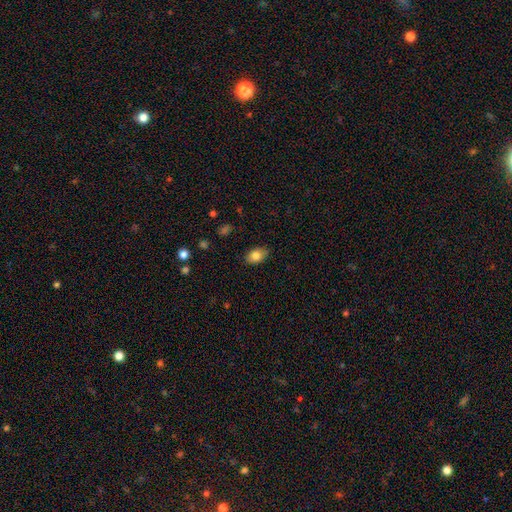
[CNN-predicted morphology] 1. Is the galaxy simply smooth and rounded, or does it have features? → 82% smooth, 10% featured or disk, 8% star or artifact.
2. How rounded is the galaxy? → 86% in between, 13% round, 1% cigar-shaped.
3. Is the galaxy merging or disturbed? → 85% none, 12% minor disturbance, 2% major disturbance, 1% merger.